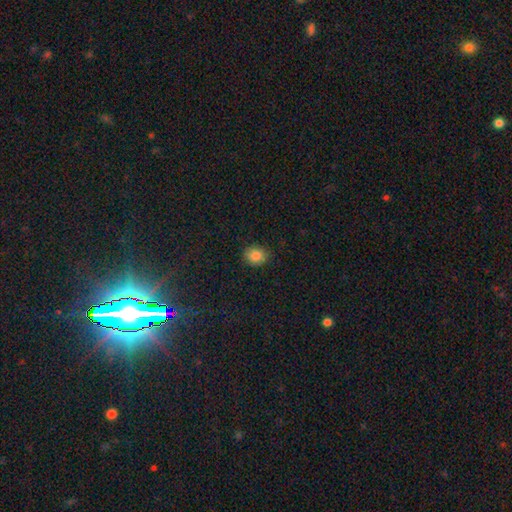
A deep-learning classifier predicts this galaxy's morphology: Smooth or featured? smooth (85%)
How rounded? round (64%)
Merging? none (88%)